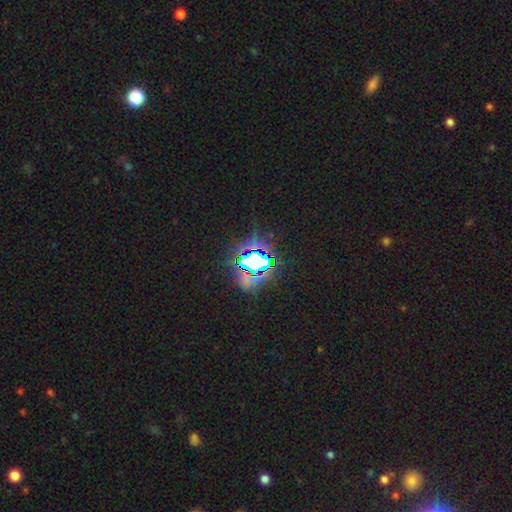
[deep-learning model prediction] A star or artifact, not a galaxy (74%).